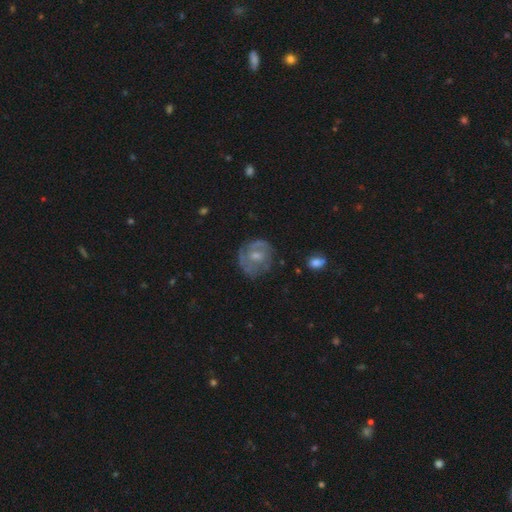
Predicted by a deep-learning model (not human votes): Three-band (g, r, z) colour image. It shows a featured or disk galaxy (60%) with no bar (62%), spiral arms (60%) and a small central bulge (44%). Merging: none (64%).